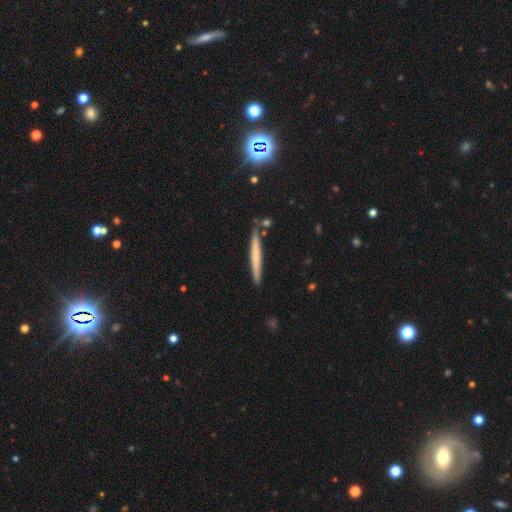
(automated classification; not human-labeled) A smooth galaxy with no disk features (58%) that is cigar-shaped (97%).

Vote fractions:
- Smooth or featured? smooth: 58% / featured or disk: 35% / star or artifact: 6%
- How rounded? cigar-shaped: 97% / in between: 2% / round: 1%
- Merging? none: 87% / minor disturbance: 9% / merger: 3% / major disturbance: 2%